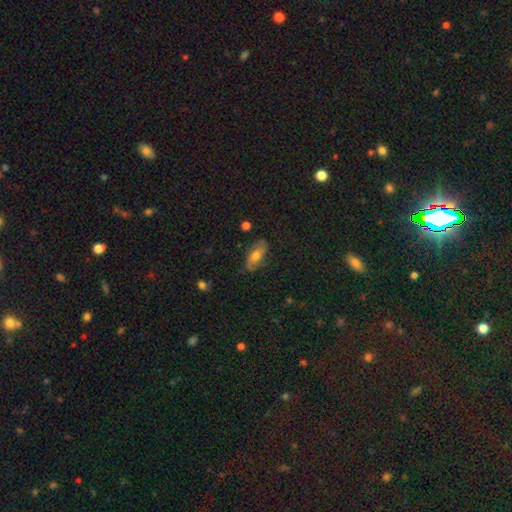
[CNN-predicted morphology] smooth 48%, featured or disk 44%, star or artifact 8%. Down the decision tree: merging — none (76%).